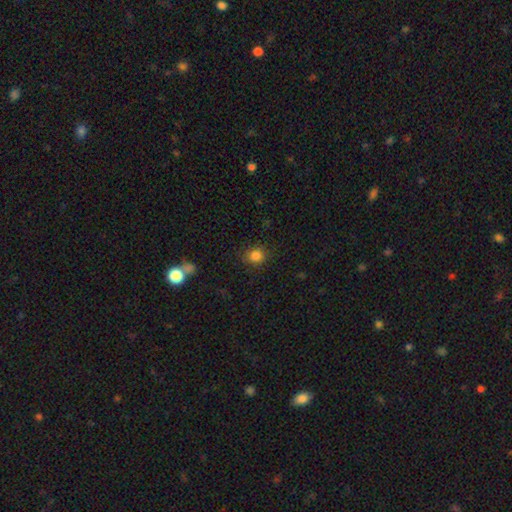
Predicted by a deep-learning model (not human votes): smooth-or-featured: smooth: 83% | star or artifact: 12% | featured or disk: 4%
  how-rounded: round: 81% | in between: 18% | cigar-shaped: 1%
  merging: none: 85% | minor disturbance: 11% | major disturbance: 3% | merger: 1%